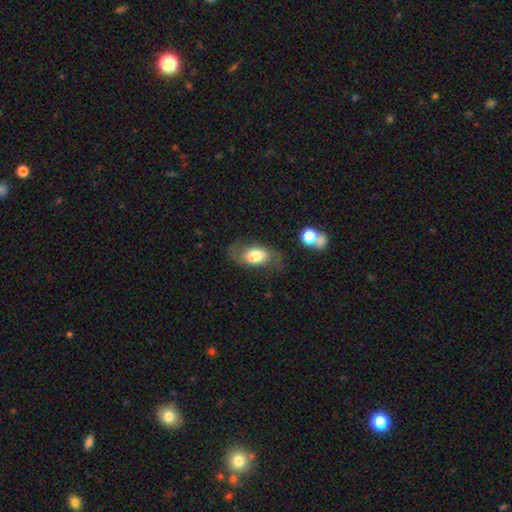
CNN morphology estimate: smooth_or_featured: smooth (p=0.54) [alt: featured or disk p=0.38]
how_rounded: in between (p=0.86) [alt: round p=0.12]
merging: none (p=0.60) [alt: minor disturbance p=0.21]